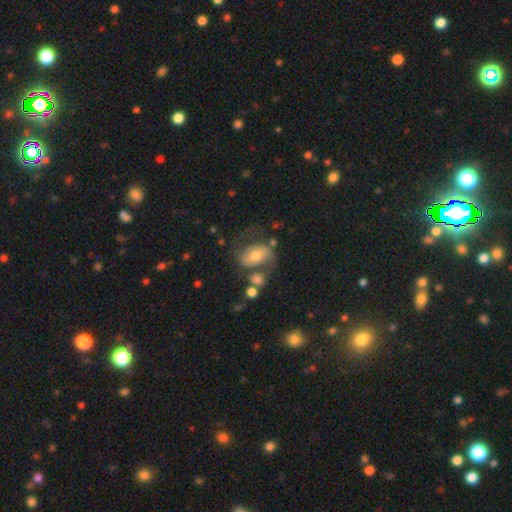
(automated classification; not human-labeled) This appears to be a featured or disk galaxy (54%) with no bar (44%), spiral arms (71%) and a moderate central bulge (66%). Merging: none (45%).